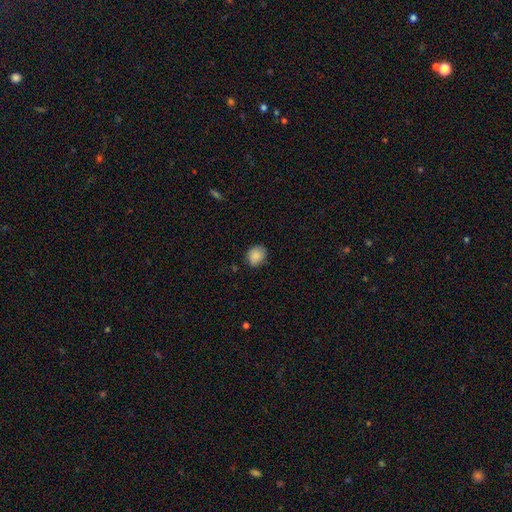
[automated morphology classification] The model was most divided on "how rounded": round: 59%, in between: 40%, cigar-shaped: 1%. More confident: smooth or featured — smooth (87%); merging — none (81%).